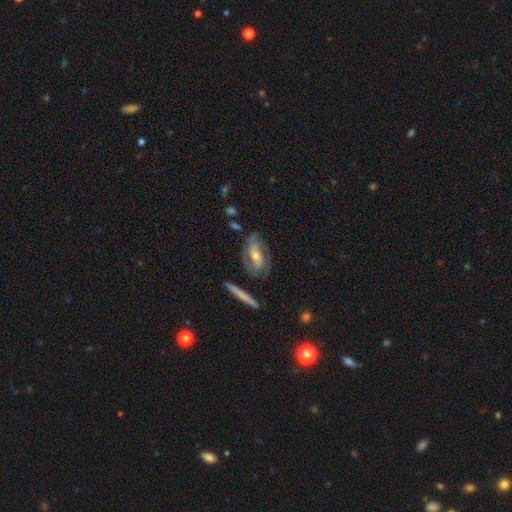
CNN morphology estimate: This is likely a featured or disk galaxy (79%). It is clearly not viewed edge-on (90%). Bar: marginally no (42%). Spiral arm pattern: clearly yes (92%). Spiral arm count: possibly 2 (54%). Spiral winding: marginally tight (44%). Central bulge: possibly moderate (54%). Merging: likely none (70%).